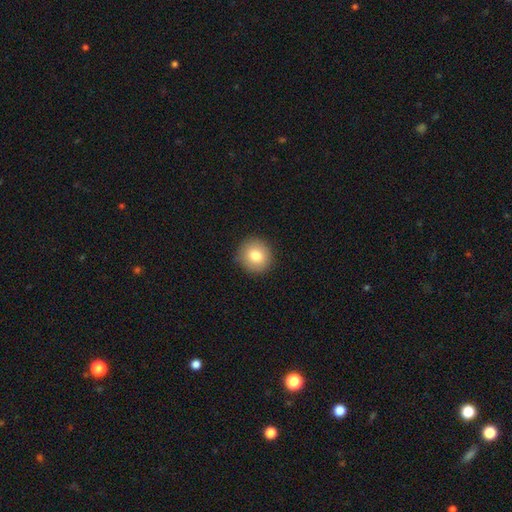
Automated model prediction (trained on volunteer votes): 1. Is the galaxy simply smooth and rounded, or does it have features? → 80% smooth, 11% featured or disk, 9% star or artifact.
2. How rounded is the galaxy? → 92% round, 7% in between, 1% cigar-shaped.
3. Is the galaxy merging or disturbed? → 91% none, 6% minor disturbance, 2% major disturbance, 1% merger.